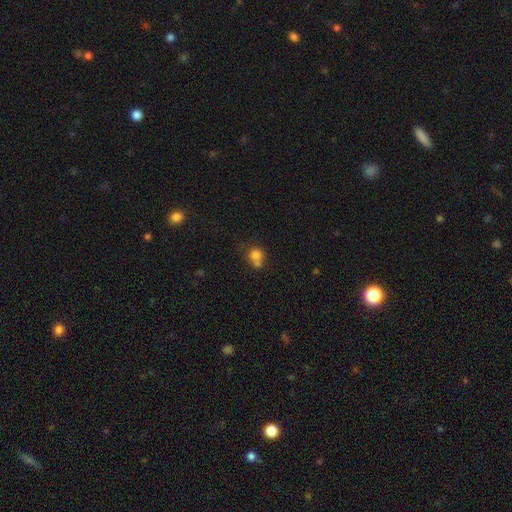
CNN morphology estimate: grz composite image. It shows a smooth galaxy with no disk features (77%) that is round (79%). Merging: merger (47%).